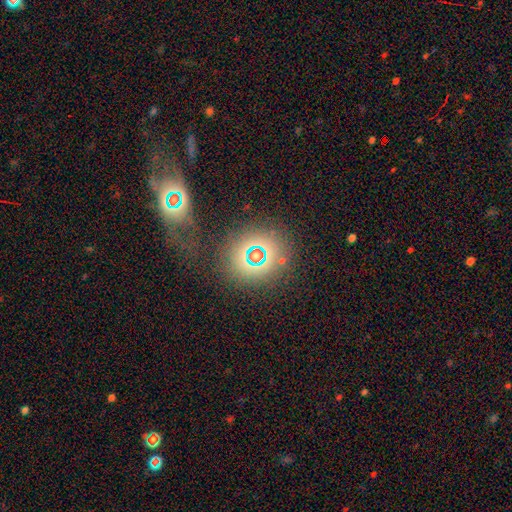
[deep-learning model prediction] Smooth or featured: star or artifact — 57% (smooth — 31%)